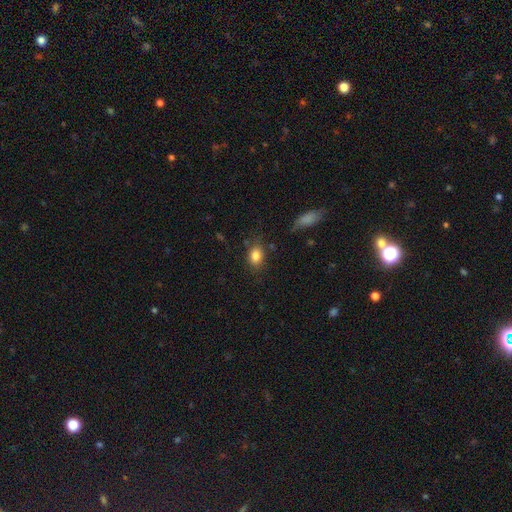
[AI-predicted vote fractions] Smooth or featured? Predicted: smooth (p=0.83). How rounded? Predicted: in between (p=0.68). Merging? Predicted: none (p=0.76).